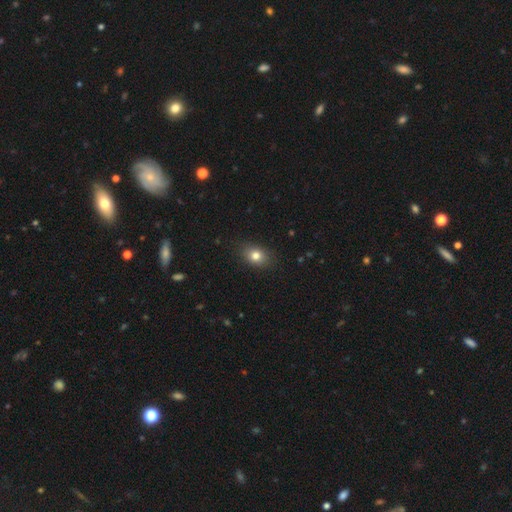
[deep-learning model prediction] Smooth or featured: smooth — 80% (star or artifact — 11%)
How rounded: in between — 64% (round — 35%)
Merging: none — 86% (minor disturbance — 11%)